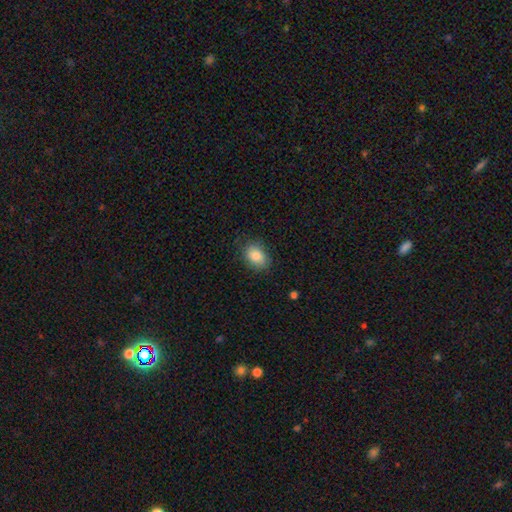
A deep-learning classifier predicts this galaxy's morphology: Q: Smooth or featured?
A: smooth (86%); runner-up: star or artifact (8%)
Q: How rounded?
A: in between (76%); runner-up: round (23%)
Q: Merging?
A: none (80%); runner-up: minor disturbance (15%)